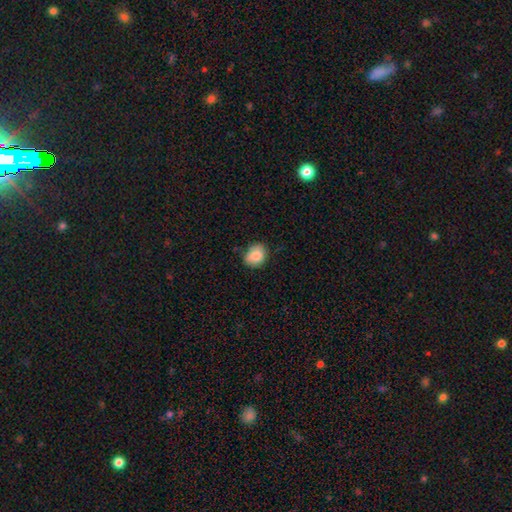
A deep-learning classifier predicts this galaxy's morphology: This appears to be a smooth galaxy with no disk features (86%) that is round (53%). Merging: none (72%).